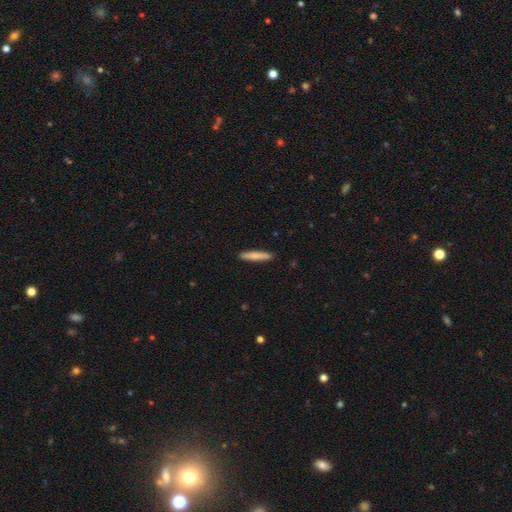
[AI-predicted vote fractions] Smooth or featured?
  - smooth: 75% *
  - featured or disk: 20%
  - star or artifact: 5%
How rounded?
  - cigar-shaped: 93% *
  - in between: 6%
  - round: 1%
Merging?
  - none: 91% *
  - minor disturbance: 7%
  - major disturbance: 1%
  - merger: 1%